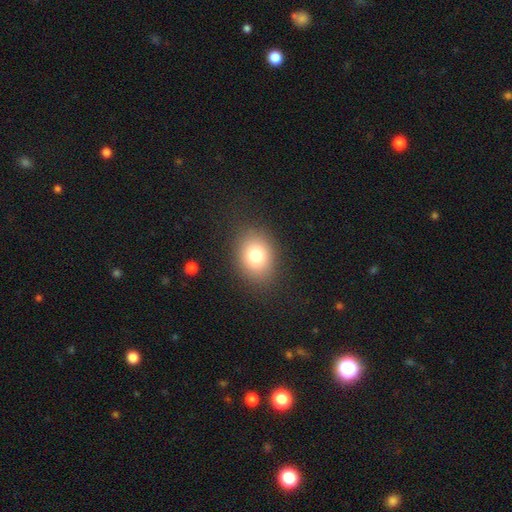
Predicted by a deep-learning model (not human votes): smooth-or-featured: smooth: 78% | star or artifact: 12% | featured or disk: 10%
  how-rounded: in between: 56% | round: 43% | cigar-shaped: 1%
  merging: none: 85% | minor disturbance: 9% | major disturbance: 4% | merger: 1%